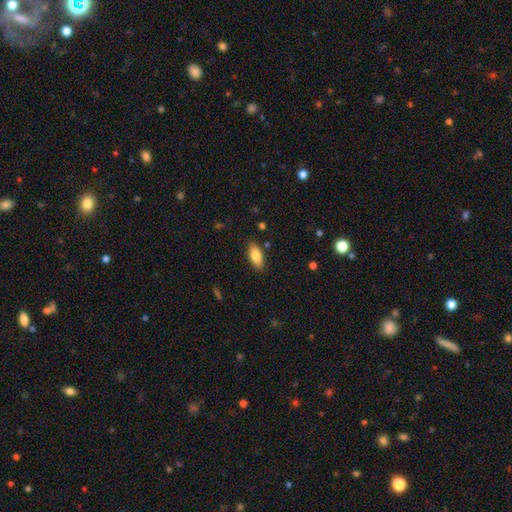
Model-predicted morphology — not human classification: smooth_or_featured: smooth (p=0.79) [alt: featured or disk p=0.14]
how_rounded: in between (p=0.82) [alt: cigar-shaped p=0.16]
merging: none (p=0.85) [alt: minor disturbance p=0.11]